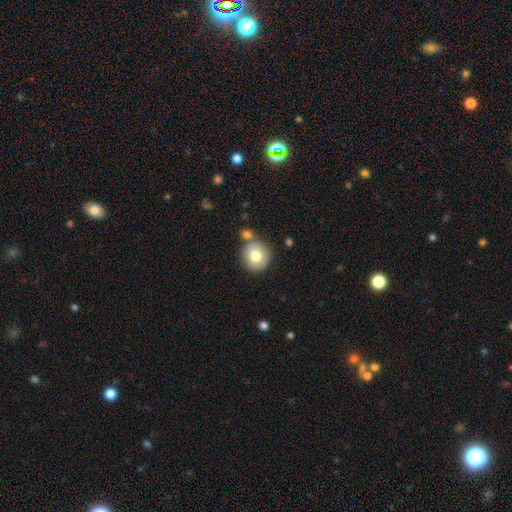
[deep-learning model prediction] Morphology: type=smooth (77%); roundness=round (91%); merging=none (72%).